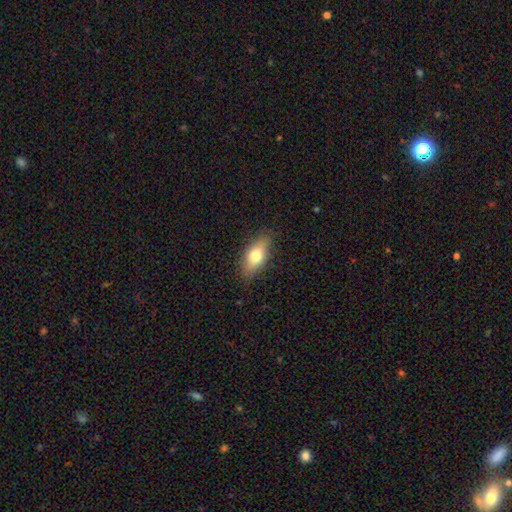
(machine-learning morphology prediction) Q: Smooth or featured?
A: smooth (70%); runner-up: featured or disk (22%)
Q: How rounded?
A: in between (79%); runner-up: cigar-shaped (16%)
Q: Merging?
A: none (84%); runner-up: minor disturbance (12%)